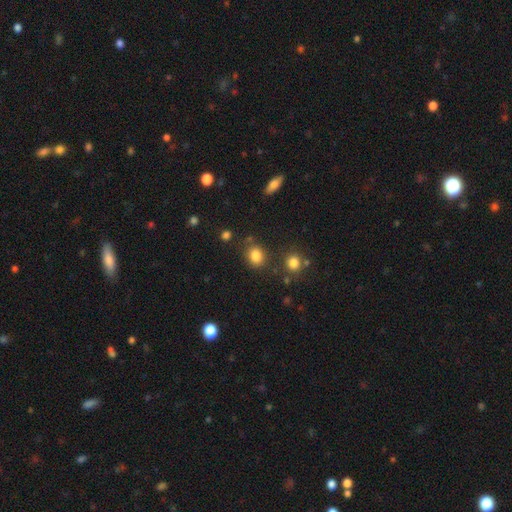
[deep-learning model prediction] This appears to be a smooth galaxy with no disk features (83%) that is round (59%). Merging: none (78%).